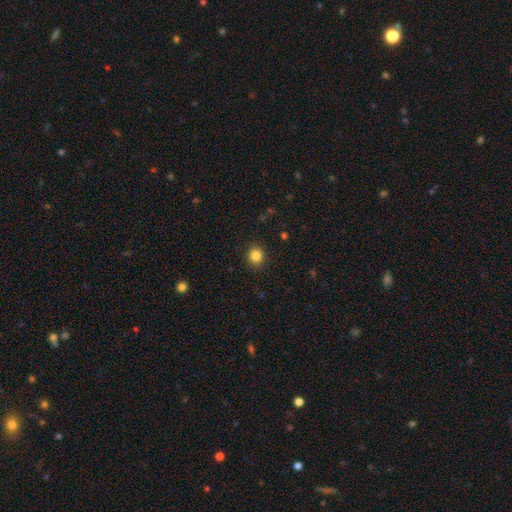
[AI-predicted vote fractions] Smooth or featured? smooth (84%)
How rounded? round (86%)
Merging? none (91%)